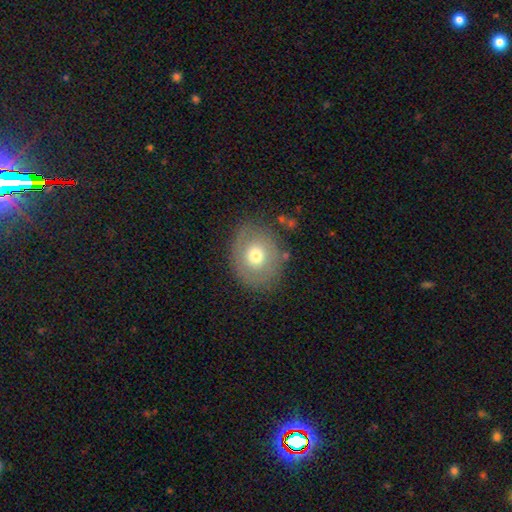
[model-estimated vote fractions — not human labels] This appears to be a smooth galaxy with no disk features (62%) that is round (55%). Merging: none (79%).